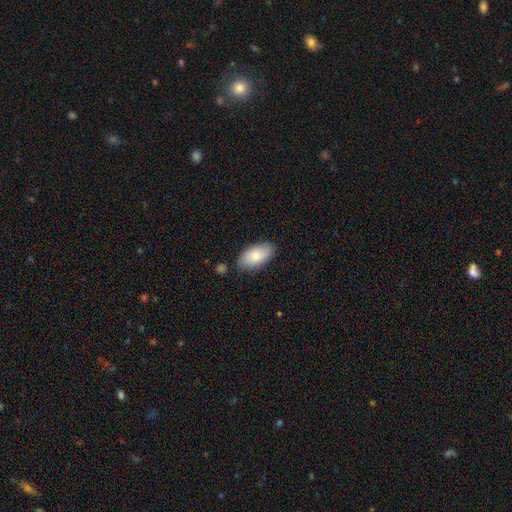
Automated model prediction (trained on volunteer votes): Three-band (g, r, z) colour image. It shows a smooth galaxy with no disk features (81%) that is in between round and cigar-shaped (94%). Merging: none (80%).